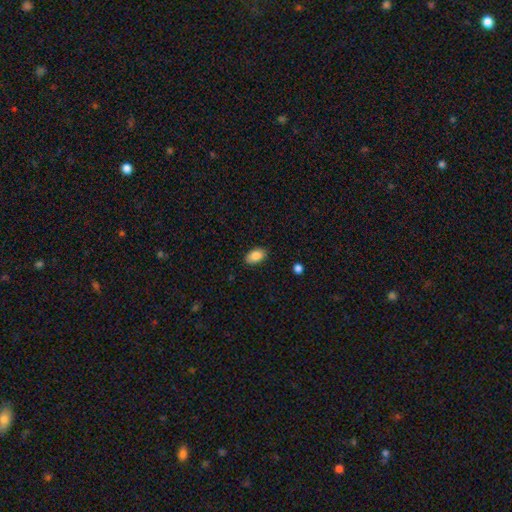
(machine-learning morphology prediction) This is clearly a smooth galaxy (87%). How rounded: clearly in between (91%). Merging: clearly none (86%).